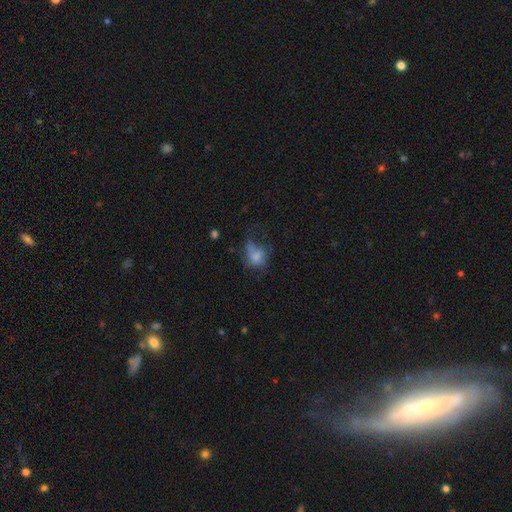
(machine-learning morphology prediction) This appears to be a smooth galaxy with no disk features (61%) that is in between round and cigar-shaped (63%). Merging: major disturbance (41%).